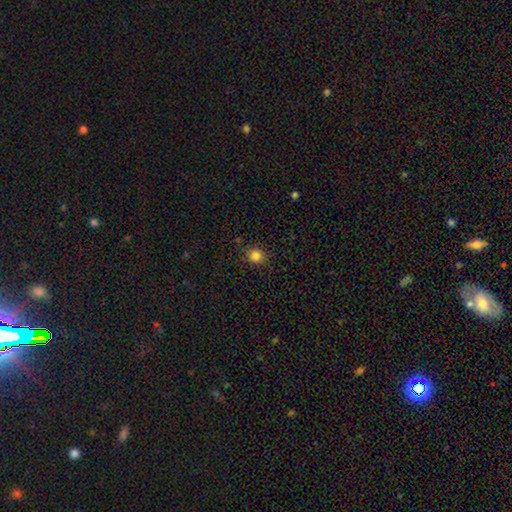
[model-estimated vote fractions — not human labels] This is clearly a smooth galaxy (83%). How rounded: clearly round (85%). Merging: clearly none (88%).